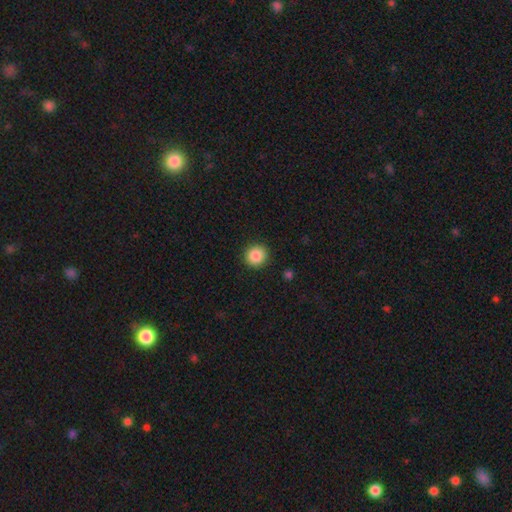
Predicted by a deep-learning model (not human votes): This is clearly a smooth galaxy (87%). How rounded: clearly round (91%). Merging: clearly none (91%).